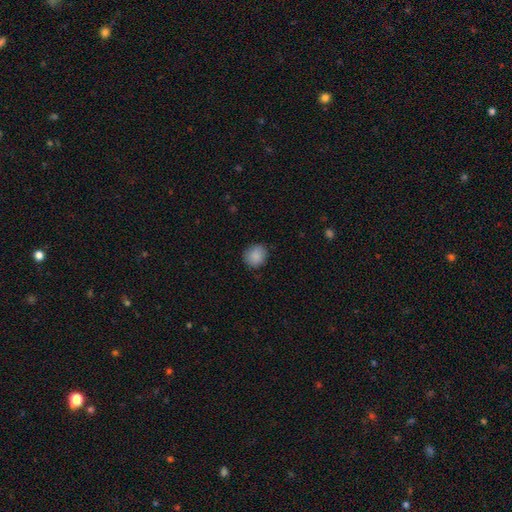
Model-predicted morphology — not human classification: Smooth or featured? smooth (88%)
How rounded? round (80%)
Merging? none (85%)